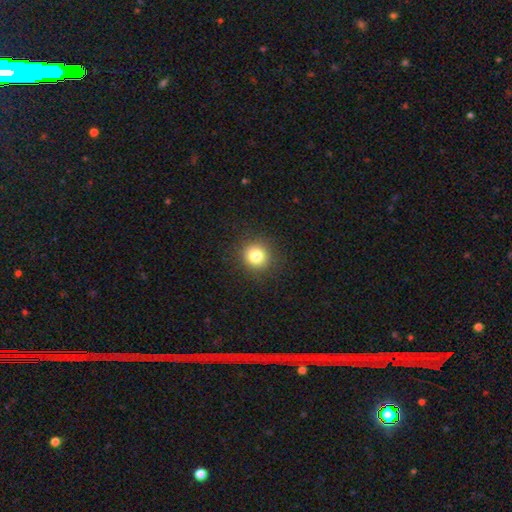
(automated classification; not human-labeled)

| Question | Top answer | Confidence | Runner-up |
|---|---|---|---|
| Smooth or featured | smooth | 82% | star or artifact (12%) |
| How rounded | round | 92% | in between (7%) |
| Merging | none | 90% | minor disturbance (6%) |